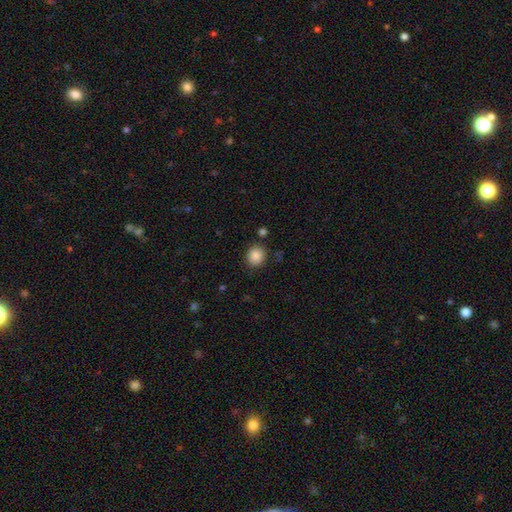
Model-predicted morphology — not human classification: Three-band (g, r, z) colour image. It shows a smooth galaxy with no disk features (87%) that is round (81%). Merging: none (85%).